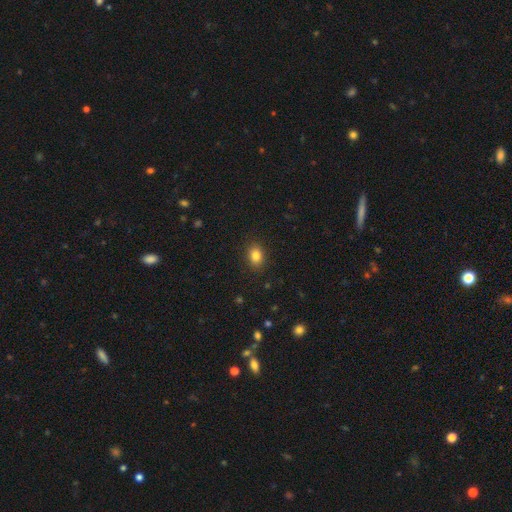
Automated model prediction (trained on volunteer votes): Q: Smooth or featured?
A: smooth (84%); runner-up: star or artifact (10%)
Q: How rounded?
A: in between (69%); runner-up: round (29%)
Q: Merging?
A: none (88%); runner-up: minor disturbance (8%)